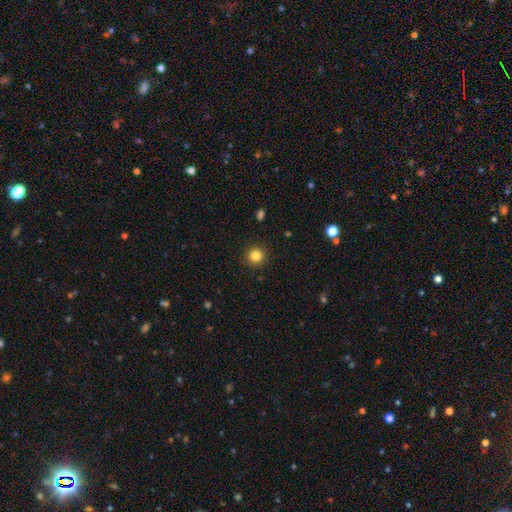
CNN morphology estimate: smooth_or_featured: smooth (p=0.83) [alt: star or artifact p=0.12]
how_rounded: round (p=0.94) [alt: in between p=0.05]
merging: none (p=0.92) [alt: minor disturbance p=0.05]